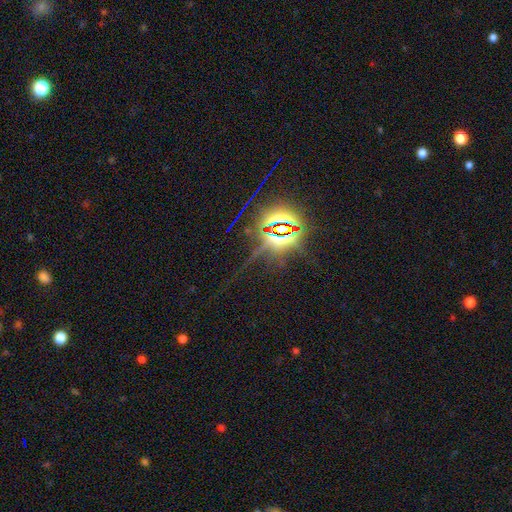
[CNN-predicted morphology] smooth-or-featured: star or artifact: 85% | smooth: 8% | featured or disk: 6%